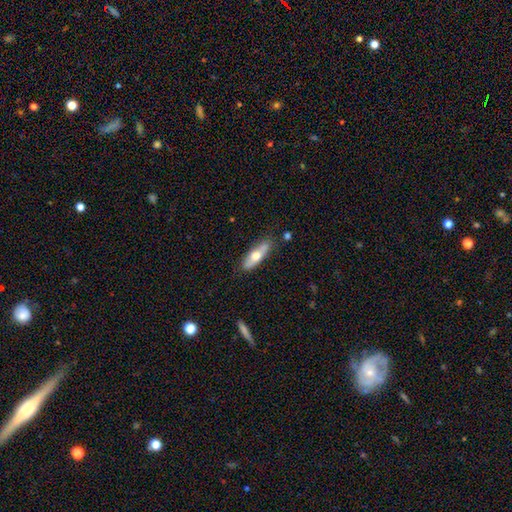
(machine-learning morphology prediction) The model was most divided on "how rounded": in between: 52%, cigar-shaped: 45%, round: 3%. More confident: merging — none (79%); smooth or featured — smooth (54%).